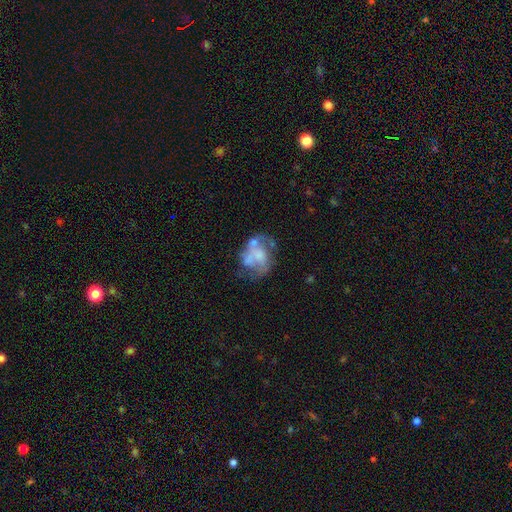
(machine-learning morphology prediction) This is likely a featured or disk galaxy (61%). It is clearly not viewed edge-on (98%). Bar: clearly no (81%). Spiral arm pattern: likely no (65%). Central bulge: marginally none (42%). Merging: marginally none (37%).